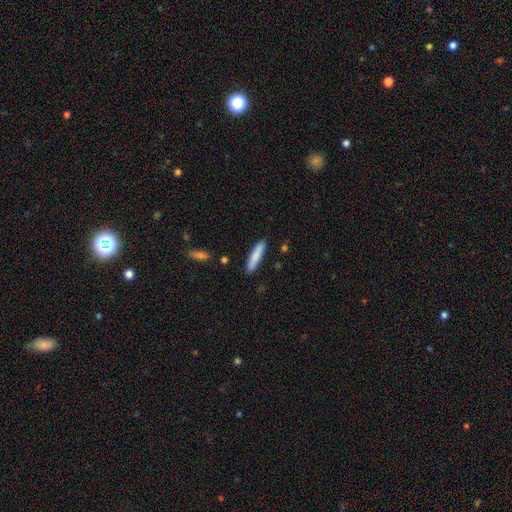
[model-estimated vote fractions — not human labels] smooth-or-featured: smooth: 82% | featured or disk: 12% | star or artifact: 6%
  how-rounded: cigar-shaped: 85% | in between: 14% | round: 1%
  merging: none: 88% | minor disturbance: 8% | merger: 2% | major disturbance: 2%